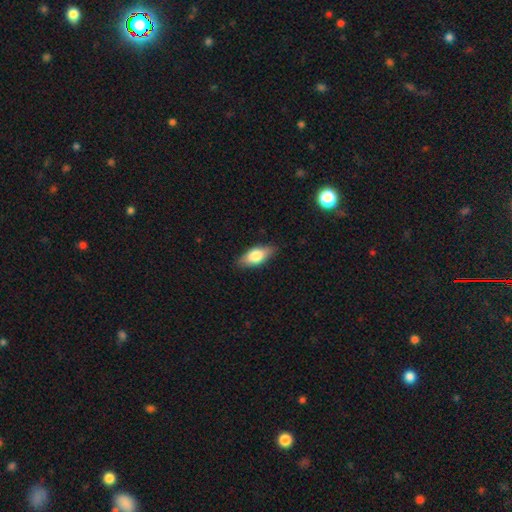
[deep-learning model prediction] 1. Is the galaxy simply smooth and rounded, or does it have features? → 70% smooth, 23% featured or disk, 6% star or artifact.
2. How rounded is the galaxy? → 84% in between, 13% cigar-shaped, 4% round.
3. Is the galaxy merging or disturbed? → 83% none, 13% minor disturbance, 2% major disturbance, 1% merger.